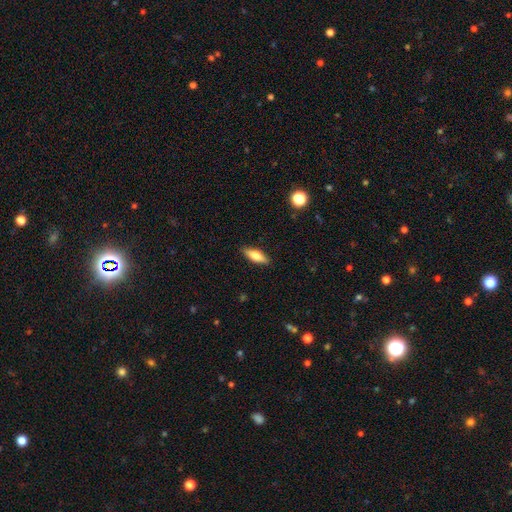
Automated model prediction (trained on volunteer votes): The model was most divided on "how rounded": in between: 60%, cigar-shaped: 37%, round: 2%. More confident: merging — none (89%); smooth or featured — smooth (73%).